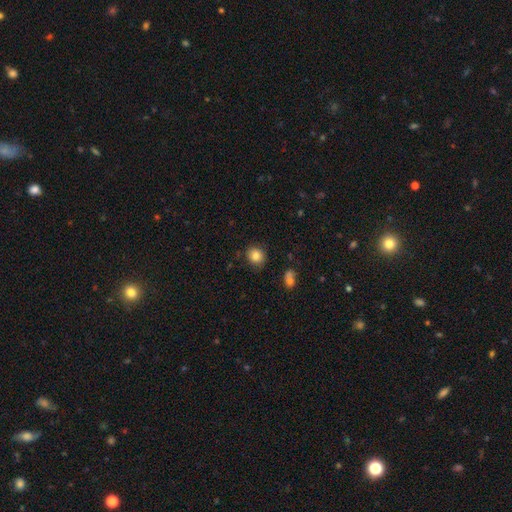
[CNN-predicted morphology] smooth-or-featured: smooth: 84% | star or artifact: 10% | featured or disk: 6%
  how-rounded: round: 80% | in between: 19% | cigar-shaped: 1%
  merging: none: 84% | minor disturbance: 11% | major disturbance: 3% | merger: 2%